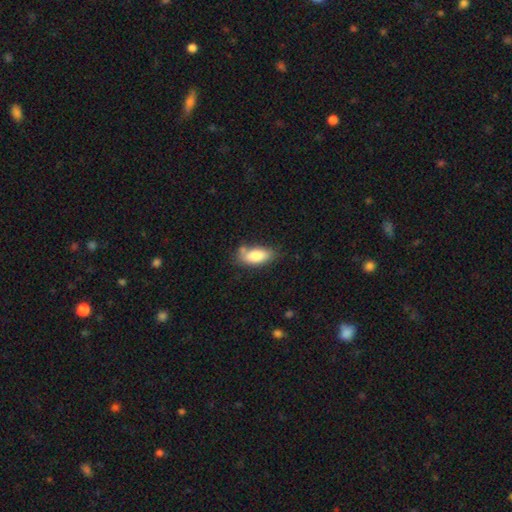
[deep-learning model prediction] This is clearly a smooth galaxy (83%). How rounded: clearly in between (85%). Merging: likely none (63%).